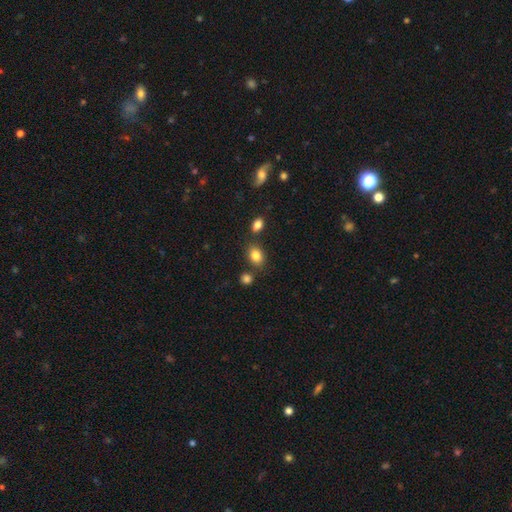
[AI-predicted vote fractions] Smooth or featured: smooth — 84% (star or artifact — 10%)
How rounded: in between — 69% (round — 30%)
Merging: none — 73% (minor disturbance — 13%)